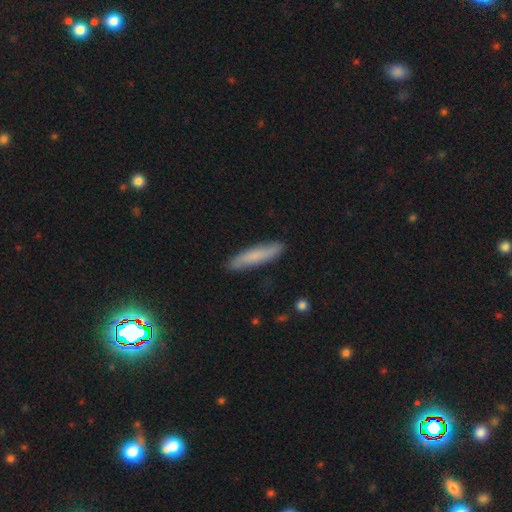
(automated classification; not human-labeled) A smooth galaxy with no disk features (74%) that is cigar-shaped (88%).

Vote fractions:
- Smooth or featured? smooth: 74% / featured or disk: 19% / star or artifact: 7%
- How rounded? cigar-shaped: 88% / in between: 10% / round: 1%
- Merging? none: 88% / minor disturbance: 10% / major disturbance: 2% / merger: 1%